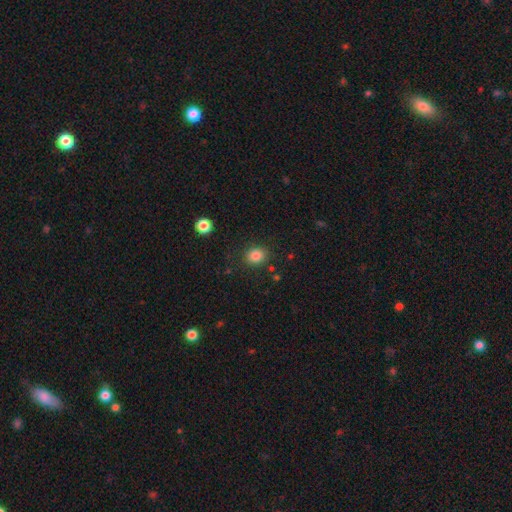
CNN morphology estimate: This appears to be a smooth galaxy with no disk features (84%) that is round (65%). Merging: none (86%).